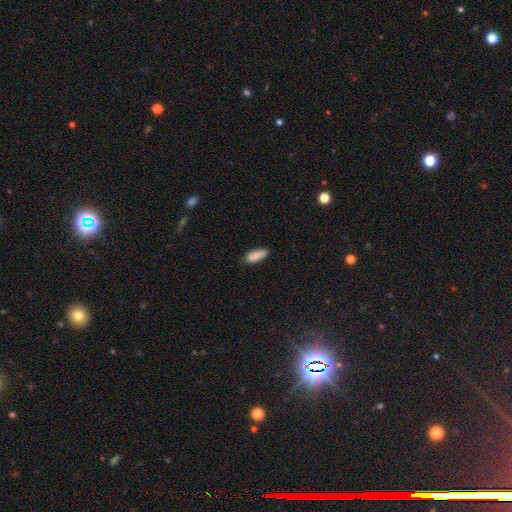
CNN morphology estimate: Smooth or featured? smooth (88%)
How rounded? in between (68%)
Merging? none (79%)